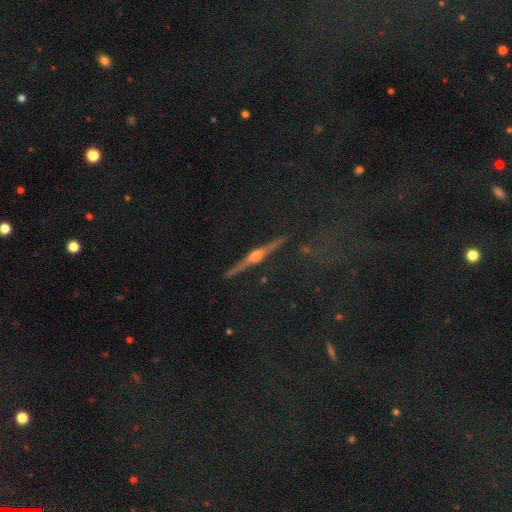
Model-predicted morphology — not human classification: featured or disk 80%, star or artifact 11%, smooth 10%. Down the decision tree: edge-on disk — yes (97%); edge-on bulge — rounded (92%); merging — none (90%).